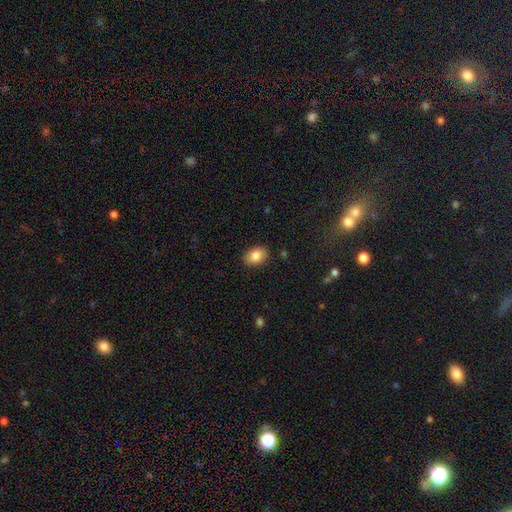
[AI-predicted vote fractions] smooth-or-featured: smooth: 85% | star or artifact: 8% | featured or disk: 7%
  how-rounded: in between: 72% | round: 27% | cigar-shaped: 1%
  merging: none: 88% | minor disturbance: 8% | major disturbance: 2% | merger: 1%